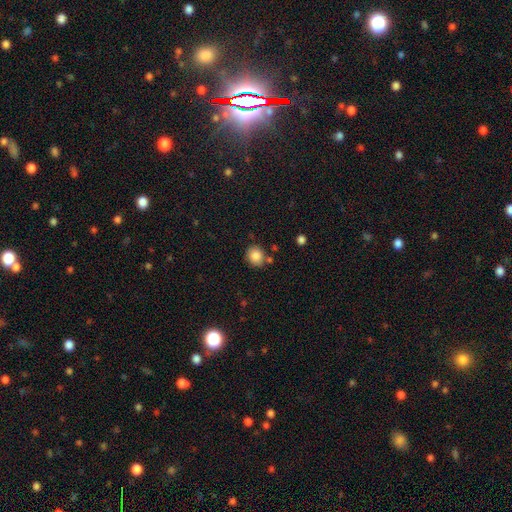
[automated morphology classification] Overall: smooth (85%). How rounded: round (80%). Merging: none (77%).